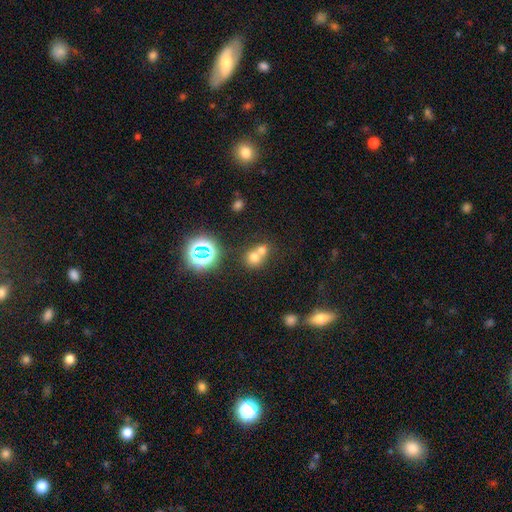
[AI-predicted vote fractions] Smooth or featured?
  - smooth: 64% *
  - star or artifact: 21%
  - featured or disk: 14%
How rounded?
  - round: 79% *
  - in between: 20%
  - cigar-shaped: 1%
Merging?
  - merger: 58% *
  - none: 34%
  - minor disturbance: 5%
  - major disturbance: 3%